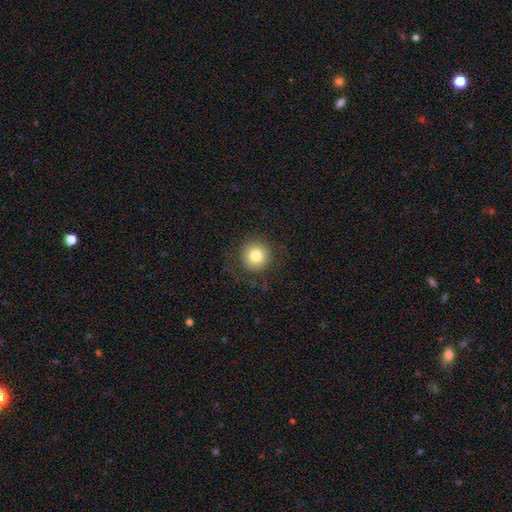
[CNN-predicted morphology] smooth 79%, star or artifact 11%, featured or disk 10%. Down the decision tree: how rounded — round (95%); merging — none (87%).